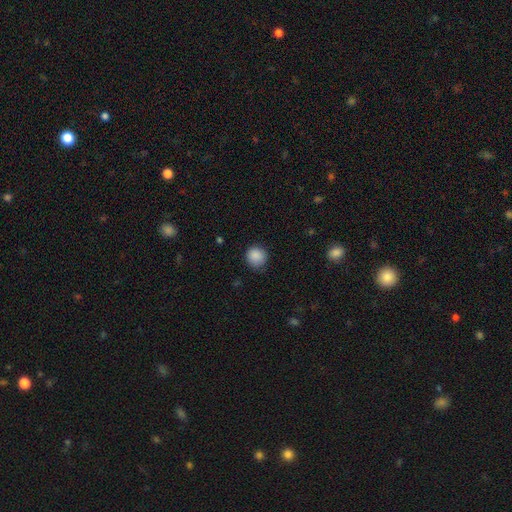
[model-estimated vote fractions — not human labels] smooth_or_featured: smooth (p=0.88) [alt: star or artifact p=0.09]
how_rounded: round (p=0.90) [alt: in between p=0.10]
merging: none (p=0.79) [alt: minor disturbance p=0.17]